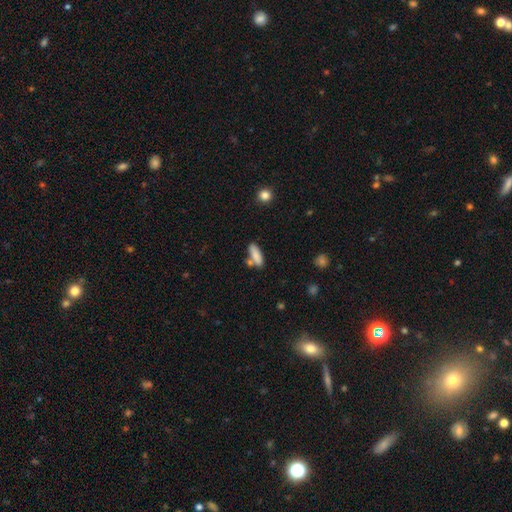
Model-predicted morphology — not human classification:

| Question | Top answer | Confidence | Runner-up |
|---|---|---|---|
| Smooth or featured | smooth | 84% | featured or disk (9%) |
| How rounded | in between | 55% | cigar-shaped (43%) |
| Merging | none | 64% | merger (18%) |